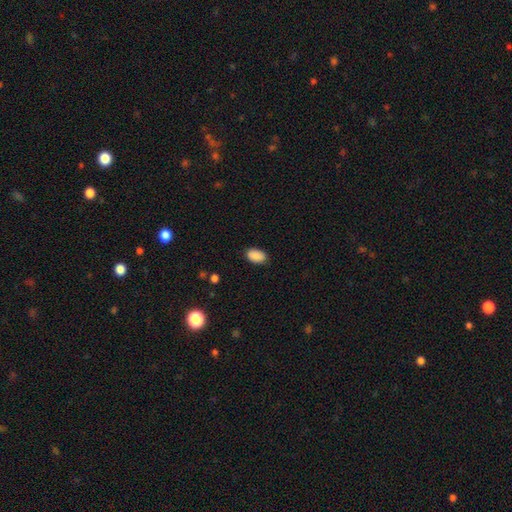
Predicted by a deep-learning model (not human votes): Smooth or featured? Predicted: smooth (p=0.90). How rounded? Predicted: in between (p=0.93). Merging? Predicted: none (p=0.87).